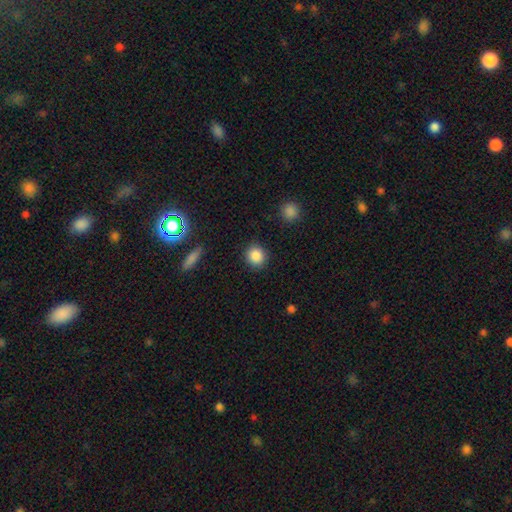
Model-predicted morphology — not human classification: This is clearly a smooth galaxy (87%). How rounded: clearly round (86%). Merging: clearly none (89%).